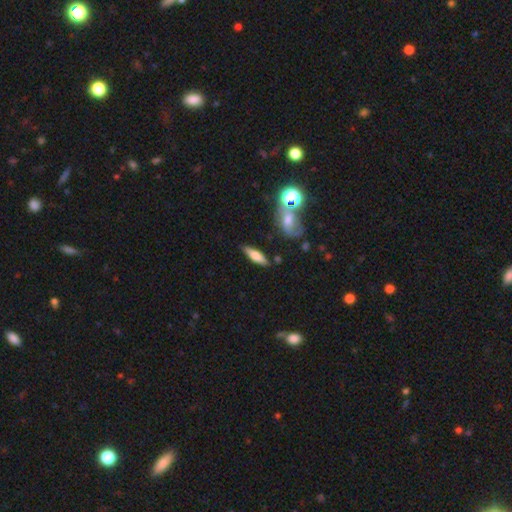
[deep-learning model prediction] The model was most divided on "smooth or featured": smooth: 52%, featured or disk: 40%, star or artifact: 8%. More confident: merging — none (81%); how rounded — cigar-shaped (59%).